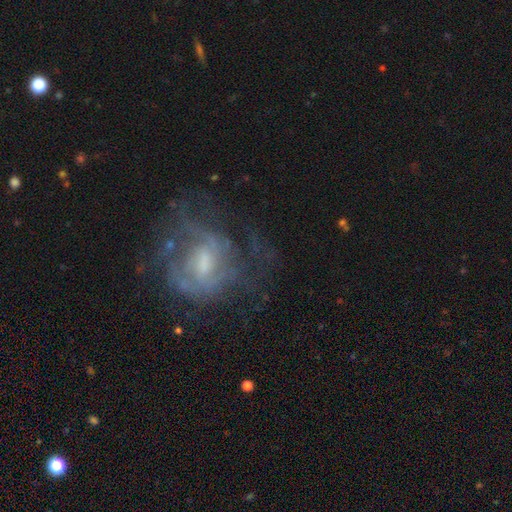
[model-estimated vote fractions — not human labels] A featured or disk galaxy (58%) with no bar (53%), spiral arms (52%) and a small central bulge (42%). Merging: none (56%).